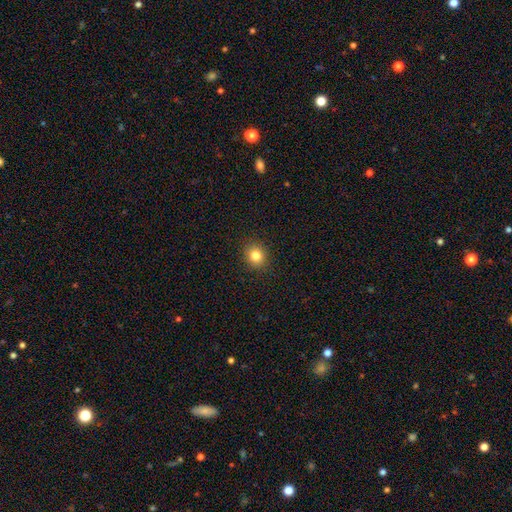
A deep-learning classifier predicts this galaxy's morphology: smooth 82%, star or artifact 12%, featured or disk 6%. Down the decision tree: how rounded — round (82%); merging — none (91%).